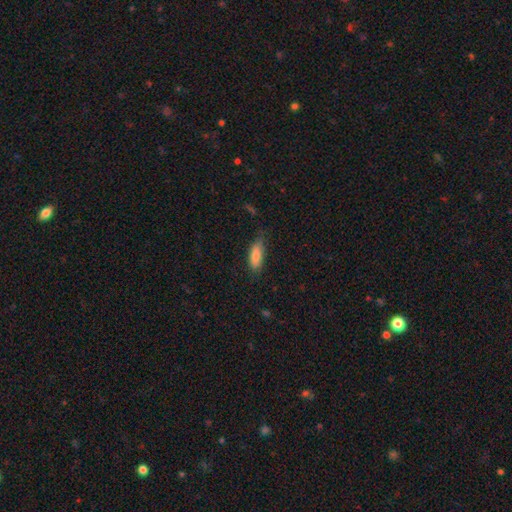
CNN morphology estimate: type=smooth (84%); roundness=in between (66%); merging=none (67%).